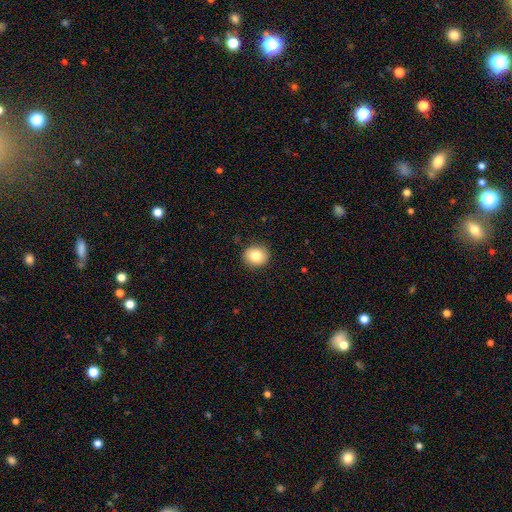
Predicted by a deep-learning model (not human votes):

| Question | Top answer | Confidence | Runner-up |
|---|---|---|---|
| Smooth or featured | smooth | 83% | star or artifact (9%) |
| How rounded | round | 82% | in between (17%) |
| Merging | none | 90% | minor disturbance (7%) |